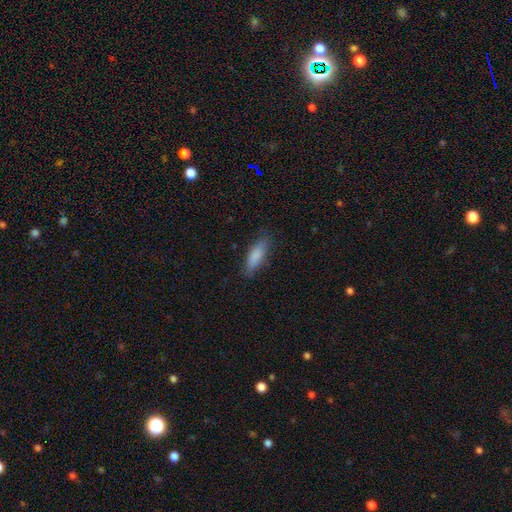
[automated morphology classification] Smooth or featured?
  - smooth: 85% *
  - featured or disk: 9%
  - star or artifact: 6%
How rounded?
  - in between: 55% *
  - cigar-shaped: 43%
  - round: 2%
Merging?
  - none: 81% *
  - minor disturbance: 15%
  - major disturbance: 3%
  - merger: 1%